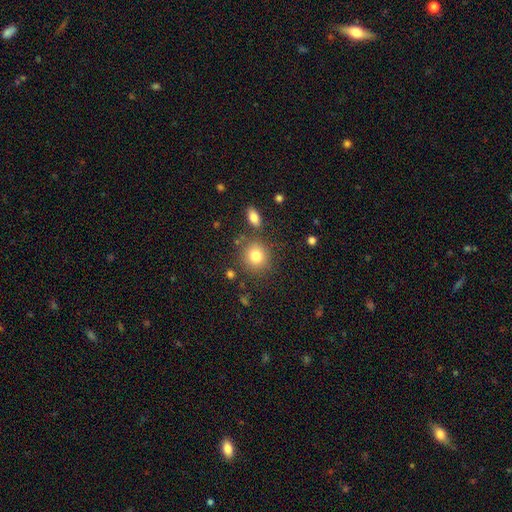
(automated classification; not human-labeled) Smooth or featured?
  - smooth: 81% *
  - star or artifact: 10%
  - featured or disk: 8%
How rounded?
  - round: 86% *
  - in between: 13%
  - cigar-shaped: 1%
Merging?
  - none: 80% *
  - minor disturbance: 10%
  - merger: 7%
  - major disturbance: 4%